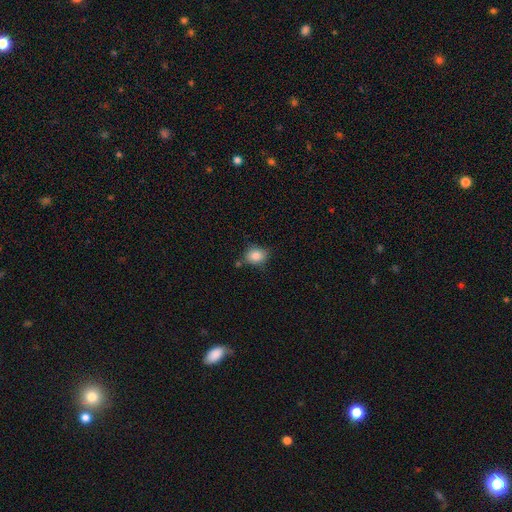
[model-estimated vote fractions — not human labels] smooth-or-featured: smooth: 85% | star or artifact: 9% | featured or disk: 6%
  how-rounded: round: 57% | in between: 42% | cigar-shaped: 1%
  merging: none: 73% | minor disturbance: 17% | merger: 7% | major disturbance: 4%